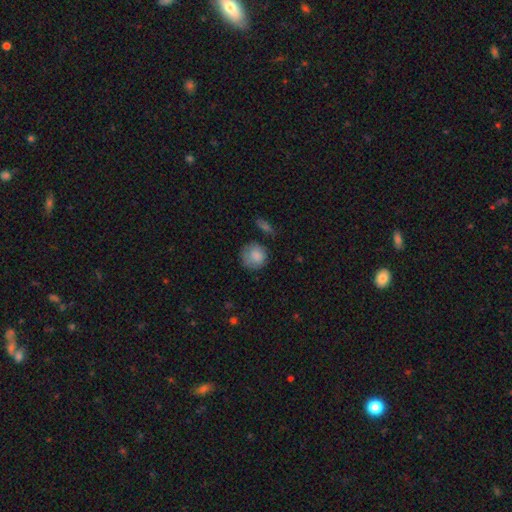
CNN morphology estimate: smooth 84%, featured or disk 9%, star or artifact 7%. Down the decision tree: how rounded — round (88%); merging — none (68%).